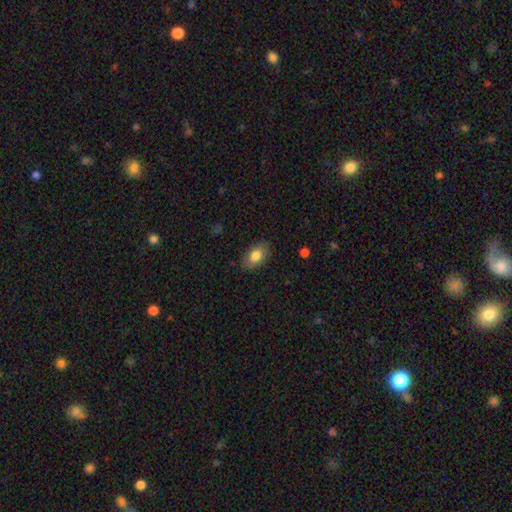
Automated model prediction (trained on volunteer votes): Morphology: type=smooth (81%); roundness=in between (89%); merging=none (83%).